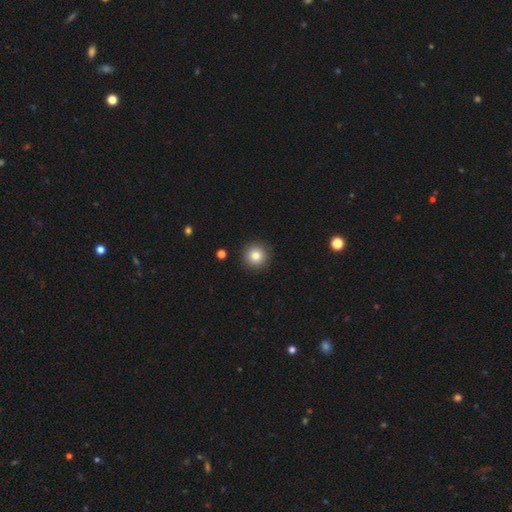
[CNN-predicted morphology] A smooth galaxy with no disk features (81%) that is round (95%).

Vote fractions:
- Smooth or featured? smooth: 81% / star or artifact: 11% / featured or disk: 8%
- How rounded? round: 95% / in between: 4% / cigar-shaped: 1%
- Merging? none: 91% / minor disturbance: 6% / major disturbance: 2% / merger: 1%